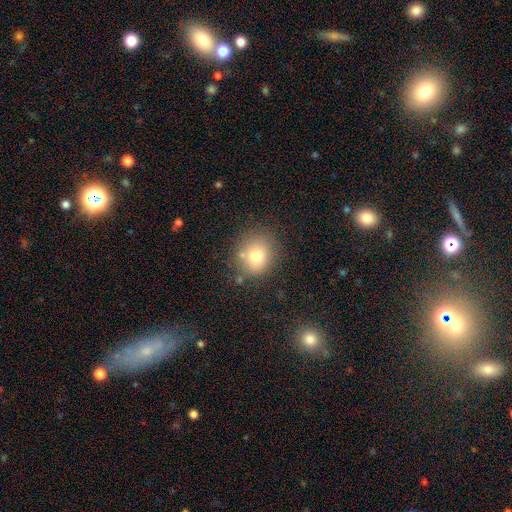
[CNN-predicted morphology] Smooth or featured?
  - smooth: 76% *
  - featured or disk: 12%
  - star or artifact: 12%
How rounded?
  - round: 74% *
  - in between: 25%
  - cigar-shaped: 1%
Merging?
  - none: 75% *
  - minor disturbance: 14%
  - merger: 6%
  - major disturbance: 5%